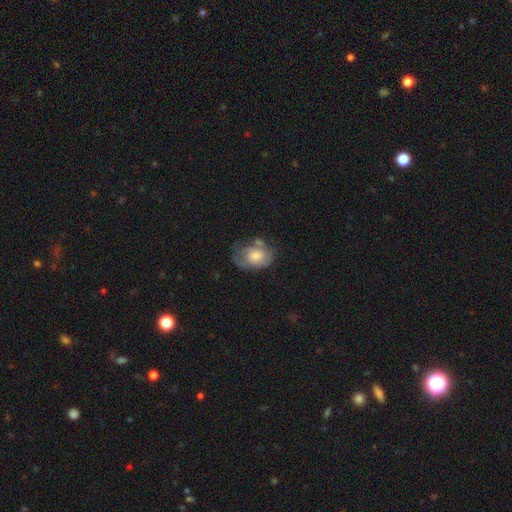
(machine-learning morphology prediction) Smooth or featured? smooth (48%)
Merging? none (45%)